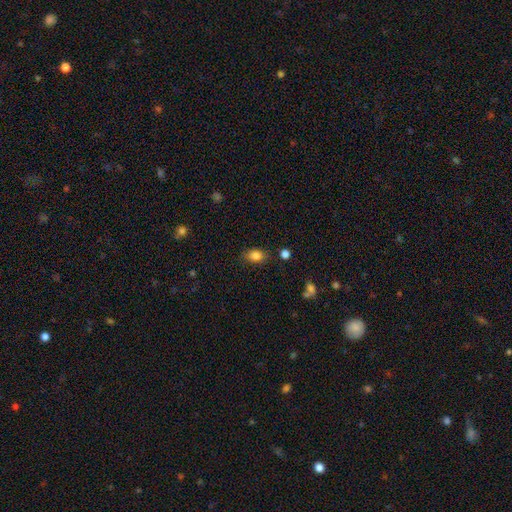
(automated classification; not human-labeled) Smooth or featured?
  - smooth: 84% *
  - star or artifact: 10%
  - featured or disk: 6%
How rounded?
  - in between: 73% *
  - round: 25%
  - cigar-shaped: 2%
Merging?
  - none: 79% *
  - minor disturbance: 15%
  - major disturbance: 4%
  - merger: 3%